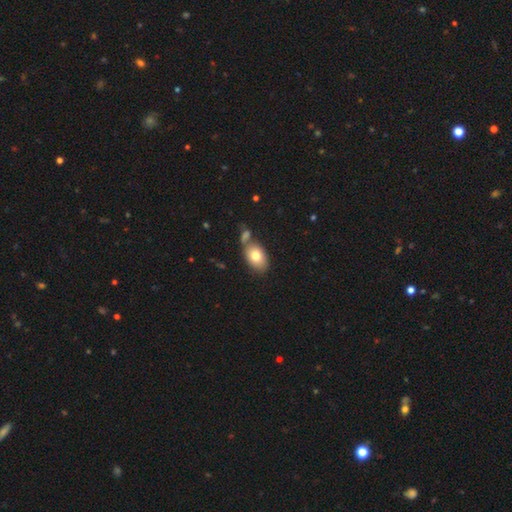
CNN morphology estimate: Q: Smooth or featured?
A: smooth (76%); runner-up: featured or disk (16%)
Q: How rounded?
A: in between (86%); runner-up: round (13%)
Q: Merging?
A: none (54%); runner-up: merger (27%)